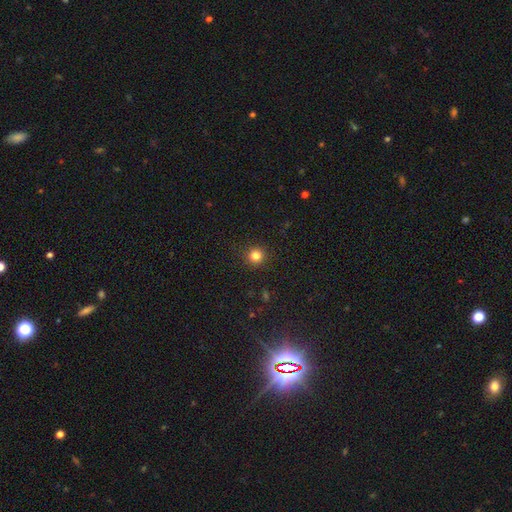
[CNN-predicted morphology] This is clearly a smooth galaxy (82%). How rounded: clearly round (95%). Merging: clearly none (91%).